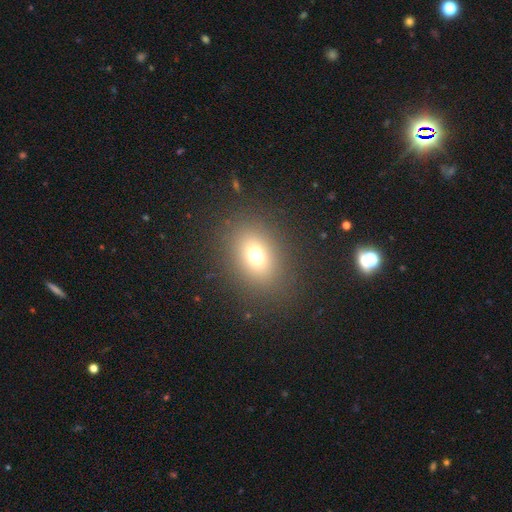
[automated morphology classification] smooth_or_featured: smooth (p=0.71) [alt: star or artifact p=0.16]
how_rounded: in between (p=0.63) [alt: round p=0.35]
merging: none (p=0.86) [alt: minor disturbance p=0.08]